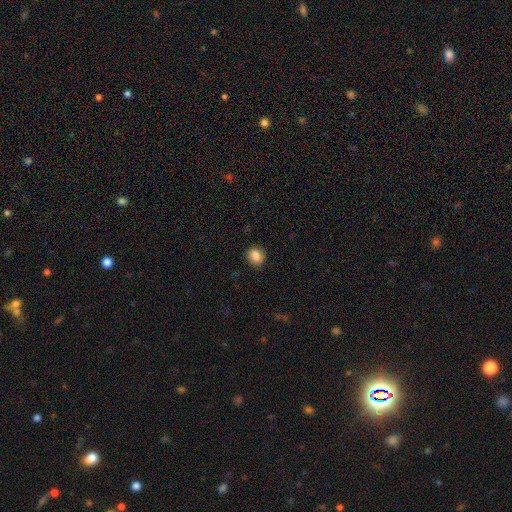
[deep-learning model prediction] smooth 85%, star or artifact 9%, featured or disk 6%. Down the decision tree: how rounded — round (68%); merging — none (85%).